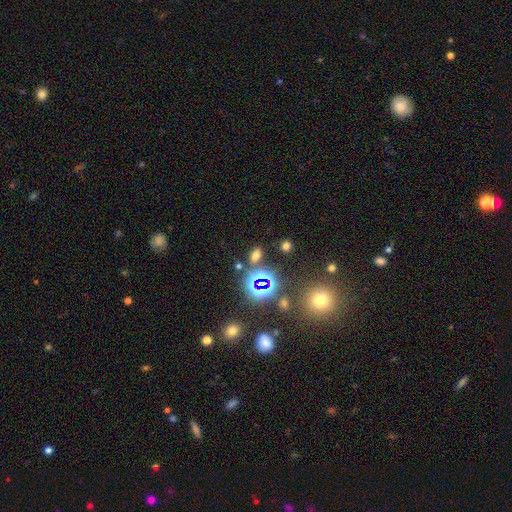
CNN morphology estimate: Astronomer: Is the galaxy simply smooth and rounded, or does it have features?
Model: smooth — 54% (runner-up: star or artifact, 37%).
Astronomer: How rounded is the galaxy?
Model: in between — 78%.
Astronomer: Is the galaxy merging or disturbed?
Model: none — 79%.